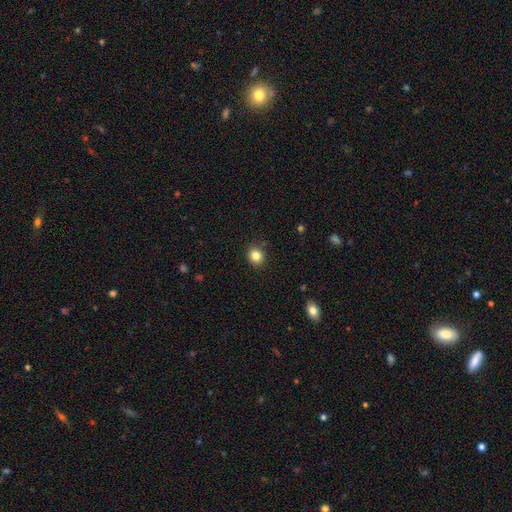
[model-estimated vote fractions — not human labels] Morphology: type=smooth (83%); roundness=round (78%); merging=none (88%).